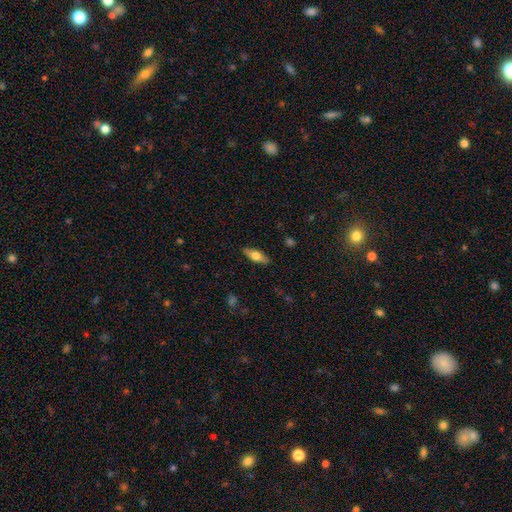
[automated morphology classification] Smooth or featured: smooth — 58% (featured or disk — 36%)
How rounded: in between — 61% (cigar-shaped — 36%)
Merging: none — 88% (minor disturbance — 9%)